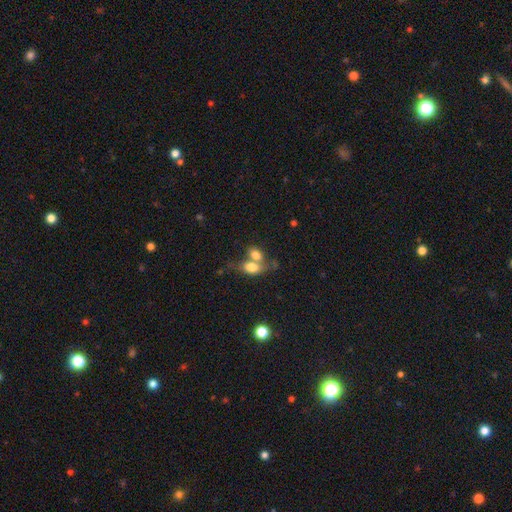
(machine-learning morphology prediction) smooth-or-featured: smooth: 76% | featured or disk: 15% | star or artifact: 9%
  how-rounded: in between: 78% | round: 19% | cigar-shaped: 3%
  merging: merger: 59% | none: 27% | minor disturbance: 9% | major disturbance: 5%